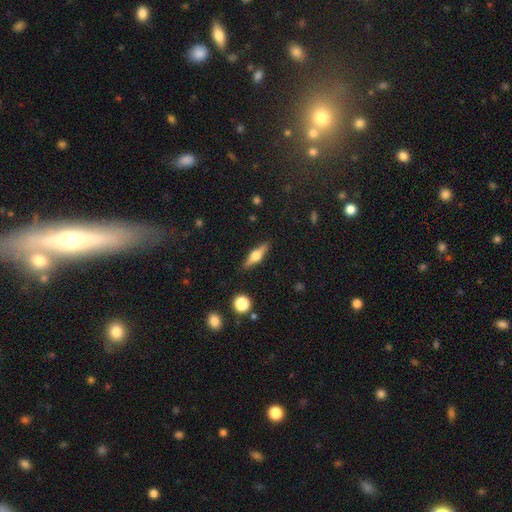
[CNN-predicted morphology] smooth-or-featured: featured or disk: 57% | smooth: 36% | star or artifact: 7%
  disk-edge-on: yes: 95% | no: 5%
    edge-on-bulge: rounded: 94% | boxy: 4% | none: 2%
  merging: none: 88% | minor disturbance: 9% | major disturbance: 2% | merger: 1%